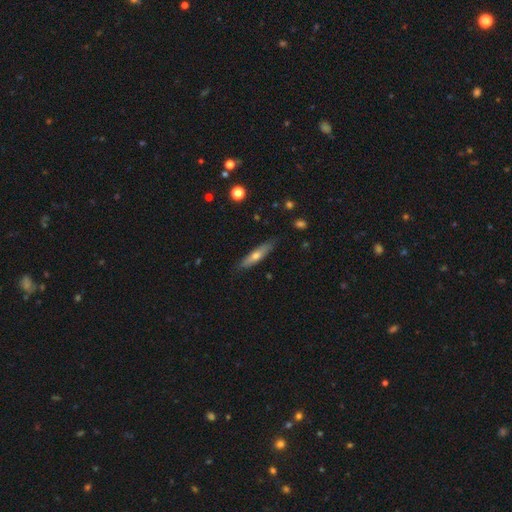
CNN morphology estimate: Smooth or featured: smooth — 54% (featured or disk — 39%)
How rounded: cigar-shaped — 80% (in between — 18%)
Merging: none — 84% (minor disturbance — 12%)